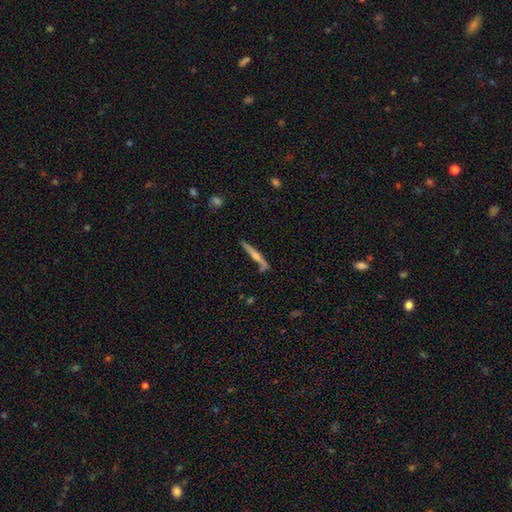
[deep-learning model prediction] Overall: featured or disk (66%; smooth 28%). Edge-on disk: yes (96%). Edge-on bulge: rounded (78%). Merging: none (77%).